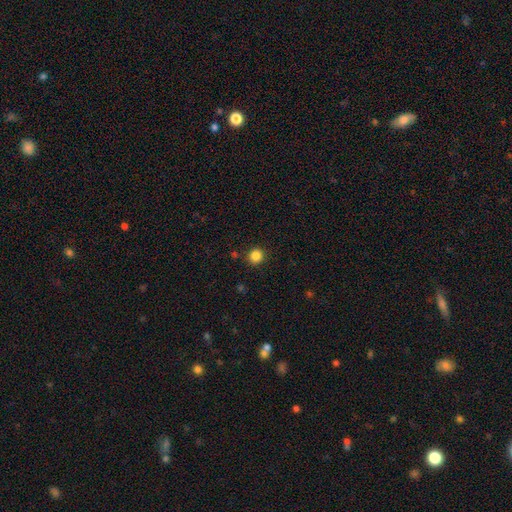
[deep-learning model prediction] Q: Smooth or featured?
A: smooth (84%); runner-up: star or artifact (12%)
Q: How rounded?
A: round (92%); runner-up: in between (7%)
Q: Merging?
A: none (90%); runner-up: minor disturbance (6%)